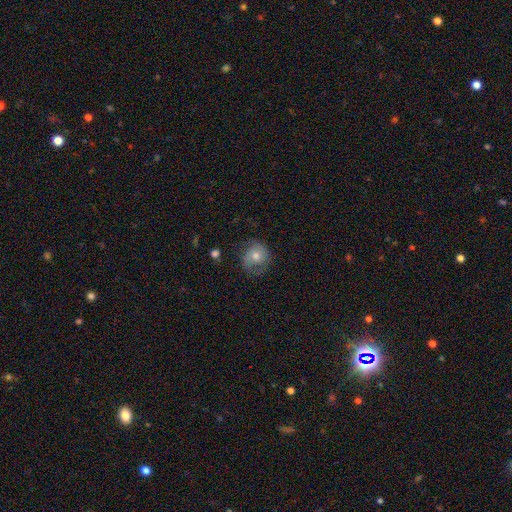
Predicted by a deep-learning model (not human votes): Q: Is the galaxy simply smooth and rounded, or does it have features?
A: featured or disk — 51%.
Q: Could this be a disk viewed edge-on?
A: no — 97%.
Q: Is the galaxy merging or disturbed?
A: none — 67%.